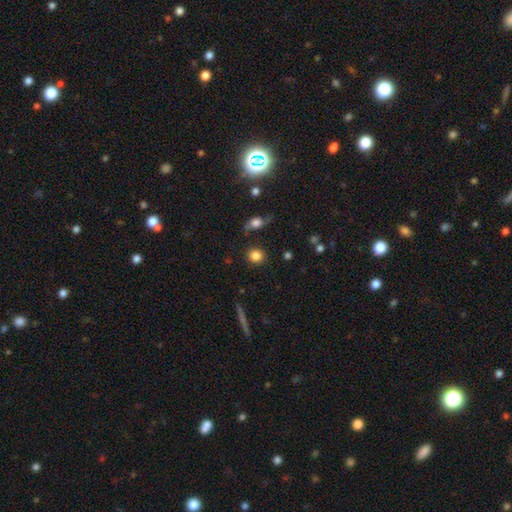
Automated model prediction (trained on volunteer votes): Smooth or featured? Predicted: smooth (p=0.83). How rounded? Predicted: round (p=0.81). Merging? Predicted: none (p=0.84).